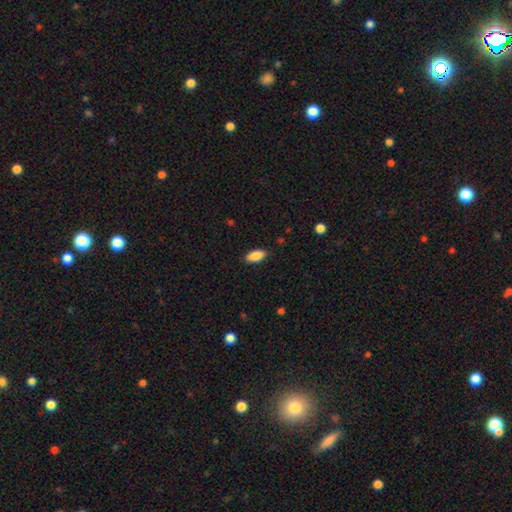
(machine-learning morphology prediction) Overall: smooth (87%). How rounded: in between (90%). Merging: none (86%).